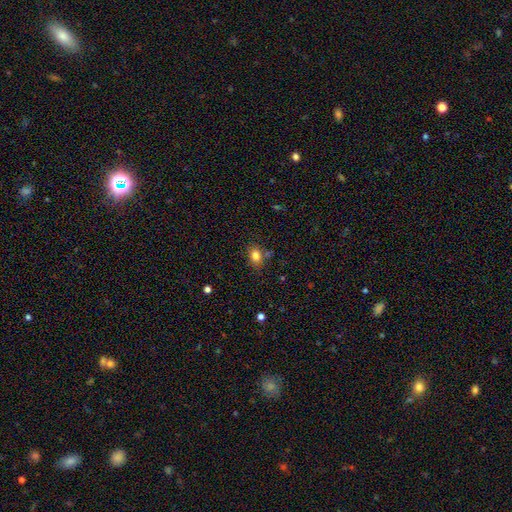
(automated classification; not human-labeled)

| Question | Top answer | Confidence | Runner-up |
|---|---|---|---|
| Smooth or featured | smooth | 82% | star or artifact (12%) |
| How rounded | in between | 66% | round (32%) |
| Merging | none | 73% | minor disturbance (16%) |